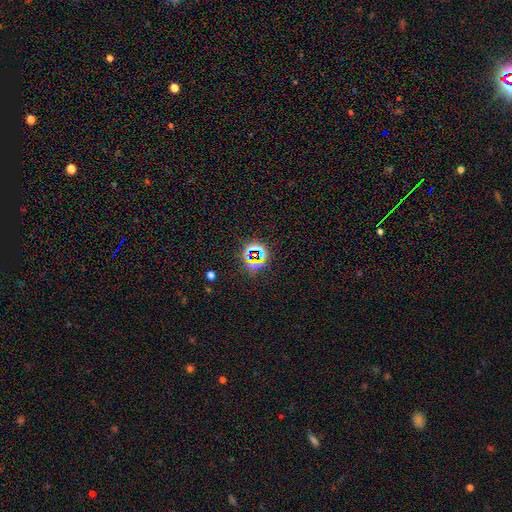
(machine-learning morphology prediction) A star or artifact, not a galaxy (71%).

Vote fractions:
- Smooth or featured? star or artifact: 71% / smooth: 19% / featured or disk: 10%